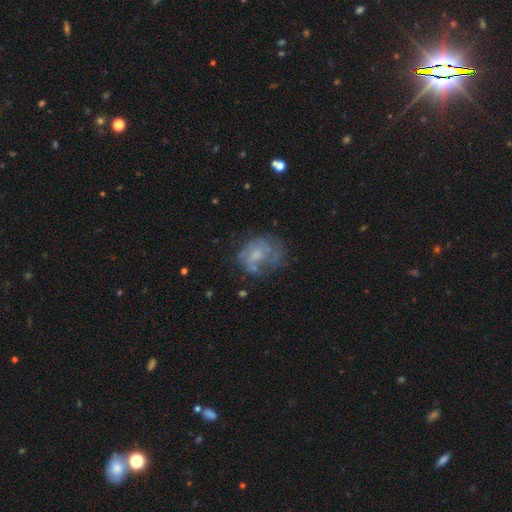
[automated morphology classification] This is possibly a featured or disk galaxy (56%). It is clearly not viewed edge-on (97%). Bar: likely no (71%). Spiral arm pattern: possibly no (50%, tied with yes). Central bulge: marginally moderate (35%). Merging: marginally none (44%).